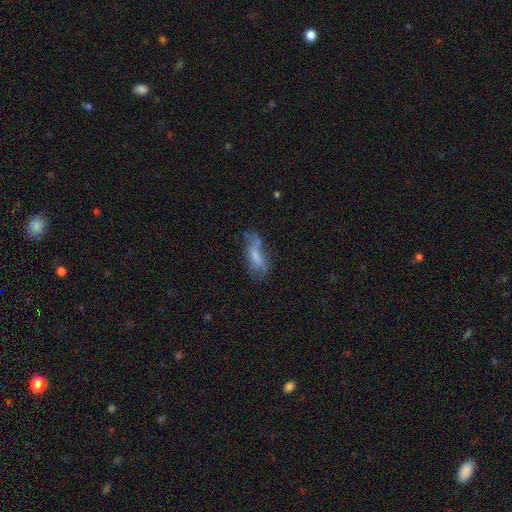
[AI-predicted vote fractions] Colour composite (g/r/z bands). It shows a smooth galaxy with no disk features (56%) that is in between round and cigar-shaped (63%). Merging: none (39%).